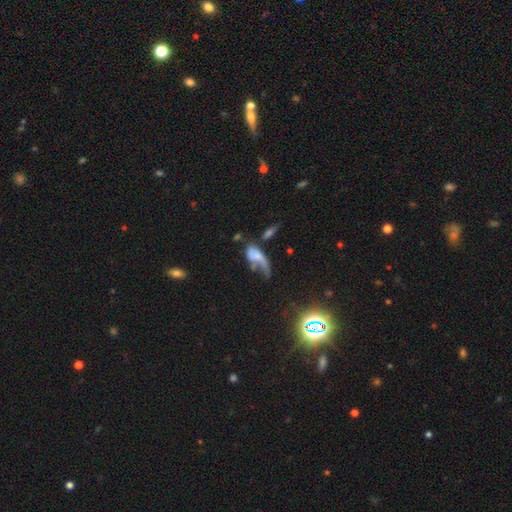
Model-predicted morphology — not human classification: A smooth galaxy with no disk features (52%) that is in between round and cigar-shaped (81%). Merging: major disturbance (45%).